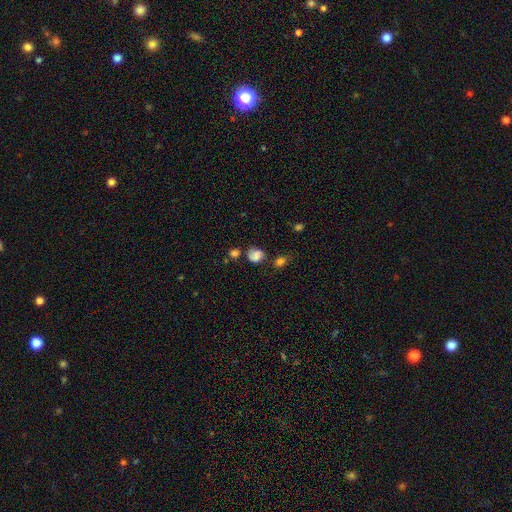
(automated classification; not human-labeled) Q: Smooth or featured?
A: smooth (65%); runner-up: featured or disk (23%)
Q: How rounded?
A: round (55%); runner-up: in between (44%)
Q: Merging?
A: none (49%); runner-up: minor disturbance (26%)